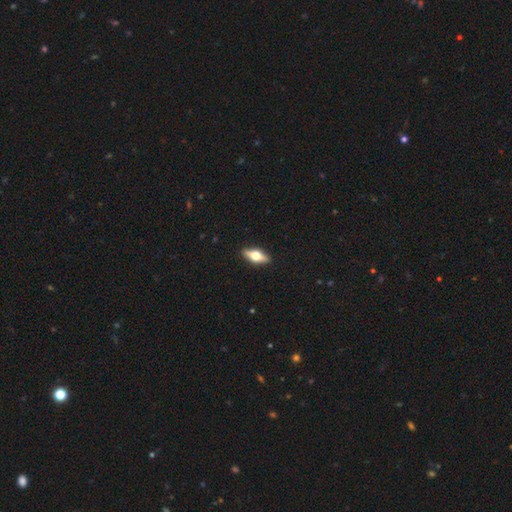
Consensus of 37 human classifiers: Smooth or featured?
  - featured or disk: 68% *
  - smooth: 32%
  - star or artifact: 0%
Edge-on disk?
  - yes: 92% *
  - no: 8%
Edge-on bulge?
  - rounded: 96% *
  - boxy: 4%
  - none: 0%
Merging?
  - none: 95% *
  - minor disturbance: 3%
  - major disturbance: 3%
  - merger: 0%